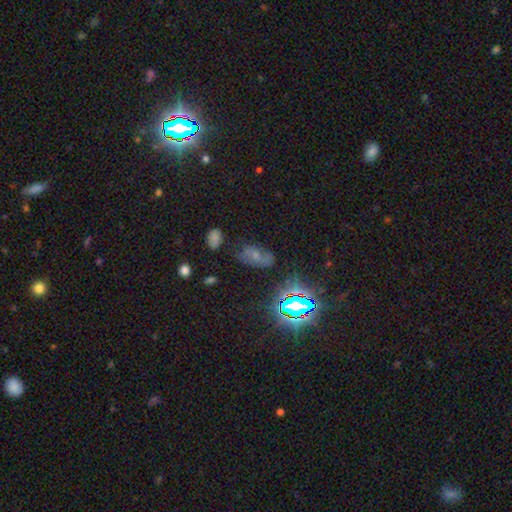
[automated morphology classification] Smooth or featured: smooth — 36% (star or artifact — 35%)
Merging: none — 61% (minor disturbance — 24%)